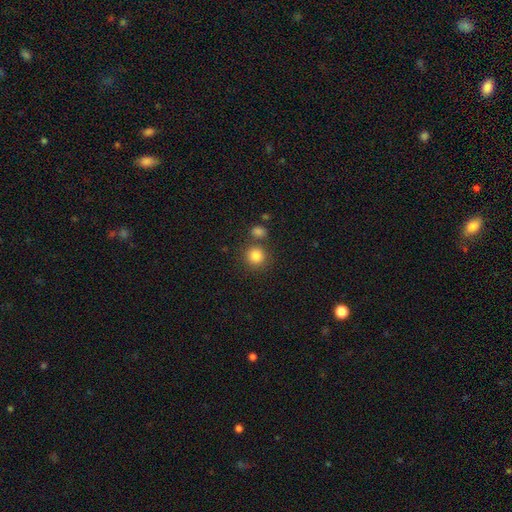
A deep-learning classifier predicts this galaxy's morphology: smooth-or-featured: smooth: 84% | star or artifact: 10% | featured or disk: 5%
  how-rounded: round: 91% | in between: 8% | cigar-shaped: 1%
  merging: none: 75% | merger: 14% | minor disturbance: 8% | major disturbance: 3%